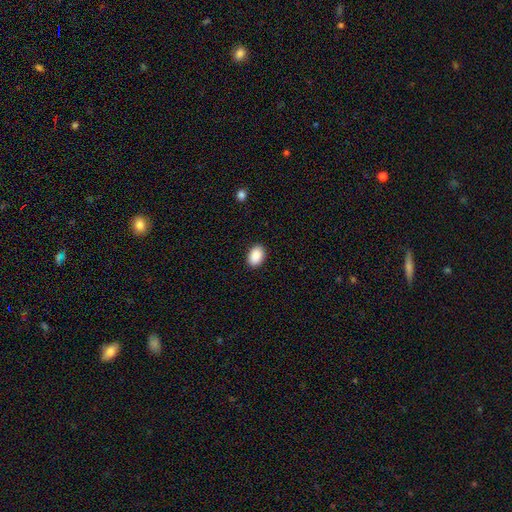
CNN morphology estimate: Q: Smooth or featured?
A: smooth (90%); runner-up: star or artifact (7%)
Q: How rounded?
A: in between (85%); runner-up: round (14%)
Q: Merging?
A: none (90%); runner-up: minor disturbance (7%)